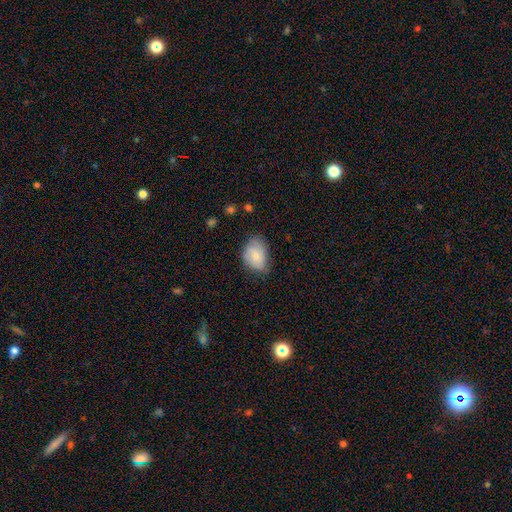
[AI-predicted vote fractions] smooth_or_featured: smooth (p=0.73) [alt: featured or disk p=0.20]
how_rounded: in between (p=0.78) [alt: round p=0.21]
merging: none (p=0.57) [alt: minor disturbance p=0.34]